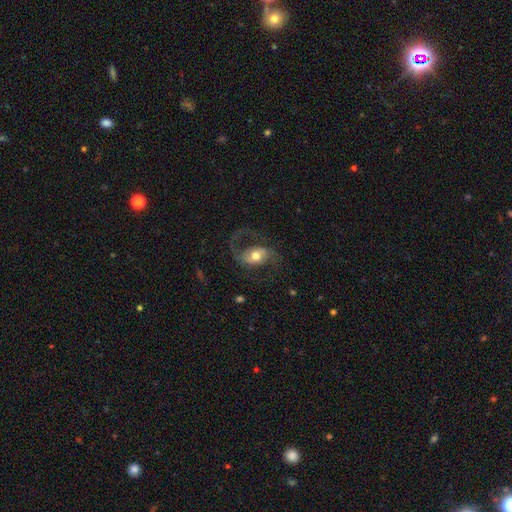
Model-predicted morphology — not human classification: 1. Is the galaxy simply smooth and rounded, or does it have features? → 81% featured or disk, 13% smooth, 6% star or artifact.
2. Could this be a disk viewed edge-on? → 97% no, 3% yes.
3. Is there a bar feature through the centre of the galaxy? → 42% no, 37% weak, 21% strong.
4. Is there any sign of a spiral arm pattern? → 93% yes, 7% no.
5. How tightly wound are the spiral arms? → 52% loose, 40% medium, 7% tight.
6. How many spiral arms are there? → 90% 2, 5% 1, 2% can't tell, 1% 3, 1% 4, 1% more than 4.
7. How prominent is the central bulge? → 71% moderate, 14% large, 12% small, 2% dominant, 1% none.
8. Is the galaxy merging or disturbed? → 65% none, 19% major disturbance, 14% minor disturbance, 2% merger.